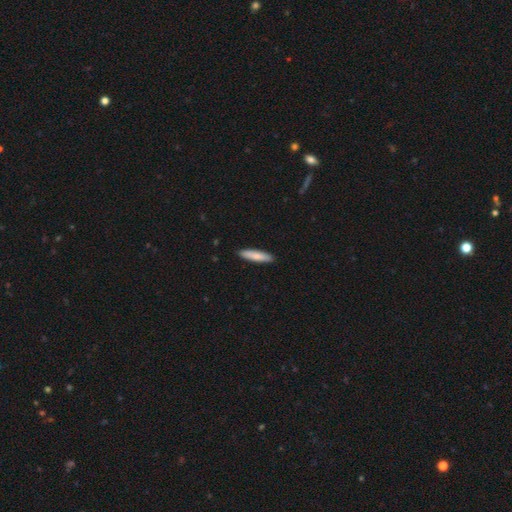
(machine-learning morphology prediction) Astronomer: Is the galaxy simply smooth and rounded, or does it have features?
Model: smooth — 82%.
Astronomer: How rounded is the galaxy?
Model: cigar-shaped — 80%.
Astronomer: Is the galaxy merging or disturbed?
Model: none — 91%.